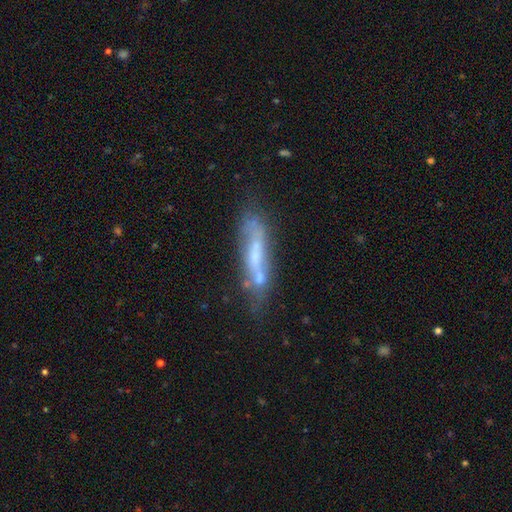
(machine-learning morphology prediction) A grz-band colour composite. It shows a featured or disk galaxy (57%). Merging: none (49%).